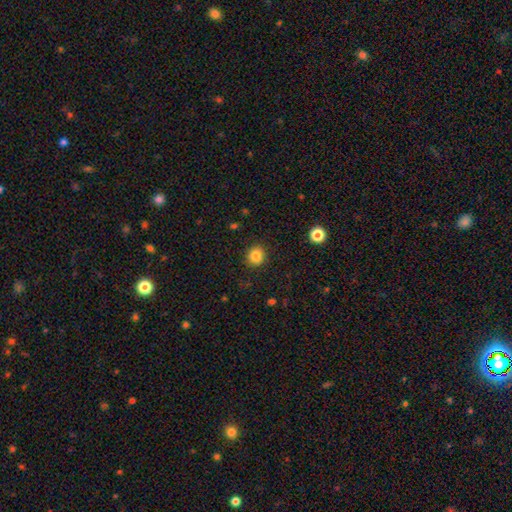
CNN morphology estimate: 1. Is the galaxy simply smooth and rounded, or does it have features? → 84% smooth, 11% star or artifact, 5% featured or disk.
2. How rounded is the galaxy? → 87% round, 12% in between, 1% cigar-shaped.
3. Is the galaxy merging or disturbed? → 90% none, 7% minor disturbance, 2% major disturbance, 1% merger.